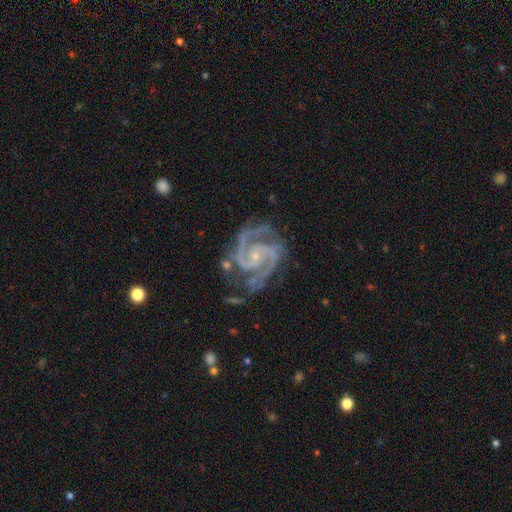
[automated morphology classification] Q: Smooth or featured?
A: featured or disk (94%); runner-up: star or artifact (4%)
Q: Edge-on disk?
A: no (98%); runner-up: yes (2%)
Q: Bar?
A: no (58%); runner-up: weak (28%)
Q: Spiral arms?
A: yes (99%); runner-up: no (1%)
Q: Spiral winding?
A: medium (49%); runner-up: tight (46%)
Q: Spiral arm count?
A: 2 (73%); runner-up: 3 (17%)
Q: Bulge size?
A: small (81%); runner-up: moderate (14%)
Q: Merging?
A: none (70%); runner-up: minor disturbance (20%)